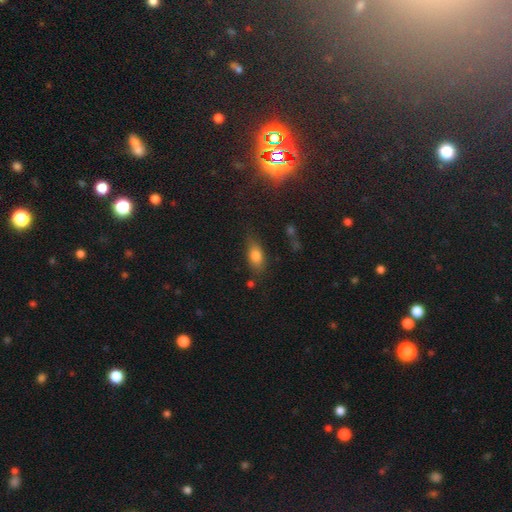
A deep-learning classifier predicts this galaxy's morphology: smooth 77%, featured or disk 13%, star or artifact 10%. Down the decision tree: how rounded — in between (82%); merging — none (68%).